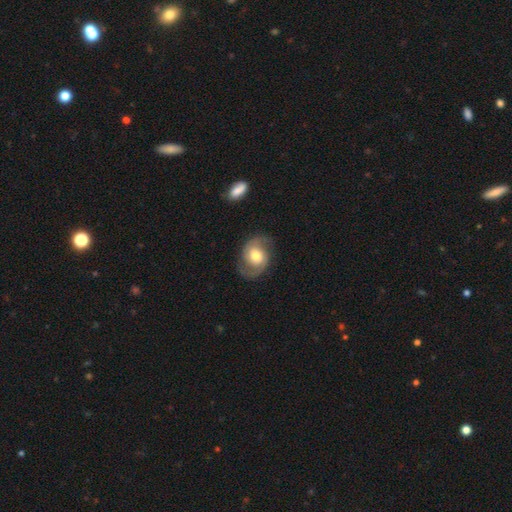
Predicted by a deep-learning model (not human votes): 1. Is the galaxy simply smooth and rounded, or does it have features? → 74% featured or disk, 20% smooth, 6% star or artifact.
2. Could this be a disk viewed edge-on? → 97% no, 3% yes.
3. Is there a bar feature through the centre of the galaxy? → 59% no, 33% weak, 8% strong.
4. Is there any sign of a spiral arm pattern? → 91% yes, 9% no.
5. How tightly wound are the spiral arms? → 51% medium, 25% loose, 24% tight.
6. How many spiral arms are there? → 91% 2, 4% can't tell, 2% 1, 1% 3, 1% 4, 1% more than 4.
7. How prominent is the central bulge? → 69% moderate, 18% large, 10% small, 2% dominant, 1% none.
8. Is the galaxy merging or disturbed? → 77% none, 15% minor disturbance, 6% major disturbance, 1% merger.